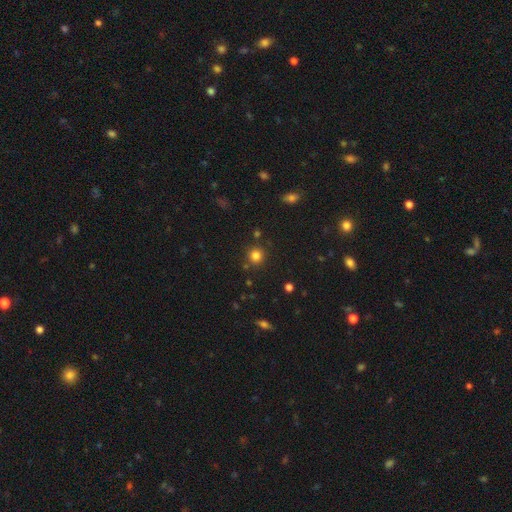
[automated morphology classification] Smooth or featured? smooth (81%)
How rounded? round (93%)
Merging? none (85%)